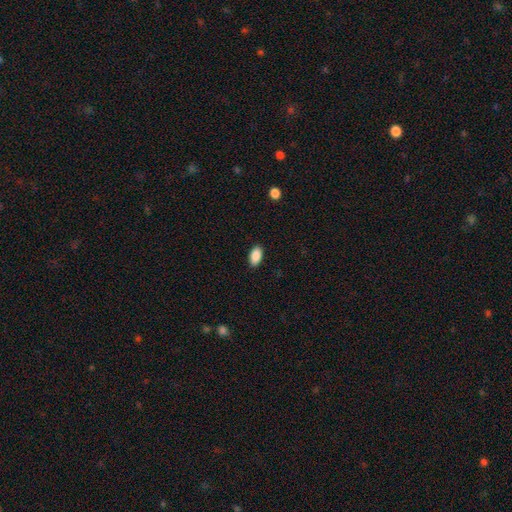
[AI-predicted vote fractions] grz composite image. It shows a smooth galaxy with no disk features (90%) that is in between round and cigar-shaped (94%). Merging: none (89%).